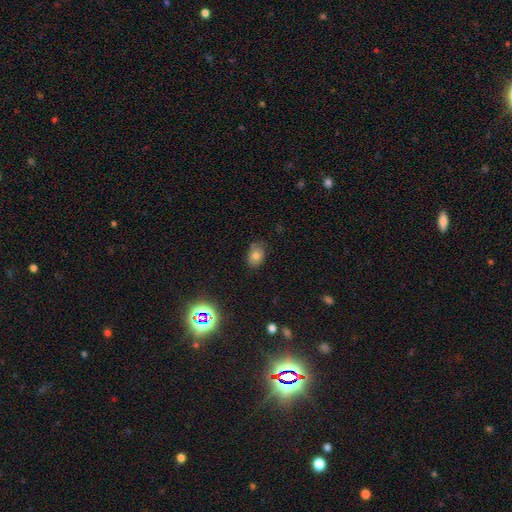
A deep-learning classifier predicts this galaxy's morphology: Q: Smooth or featured?
A: smooth (76%); runner-up: star or artifact (14%)
Q: How rounded?
A: in between (71%); runner-up: round (27%)
Q: Merging?
A: none (75%); runner-up: minor disturbance (19%)